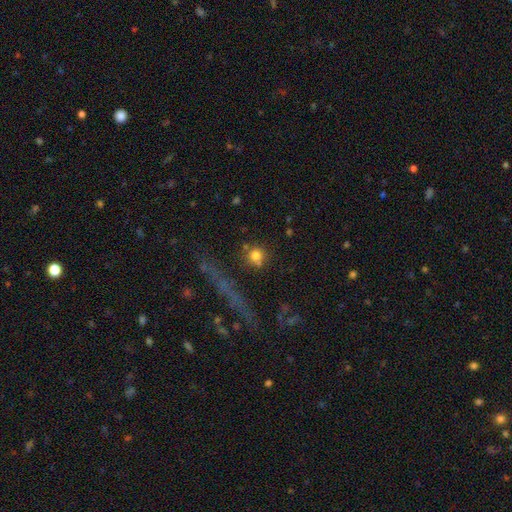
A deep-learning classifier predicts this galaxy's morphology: Smooth or featured? smooth (72%)
How rounded? round (91%)
Merging? none (71%)